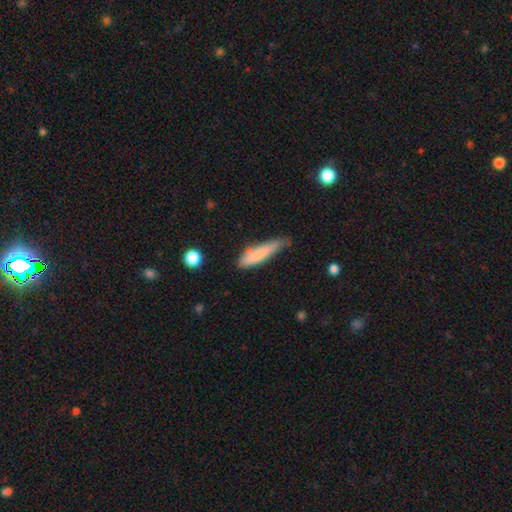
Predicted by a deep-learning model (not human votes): Q: Smooth or featured?
A: smooth (76%); runner-up: featured or disk (18%)
Q: How rounded?
A: cigar-shaped (80%); runner-up: in between (18%)
Q: Merging?
A: none (50%); runner-up: minor disturbance (38%)